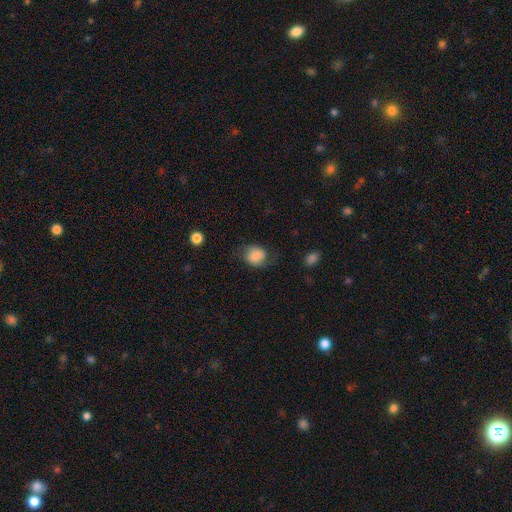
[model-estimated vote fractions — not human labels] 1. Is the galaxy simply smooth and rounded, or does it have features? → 74% smooth, 17% featured or disk, 8% star or artifact.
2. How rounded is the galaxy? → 67% round, 32% in between, 1% cigar-shaped.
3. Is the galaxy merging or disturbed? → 63% none, 23% minor disturbance, 12% major disturbance, 2% merger.